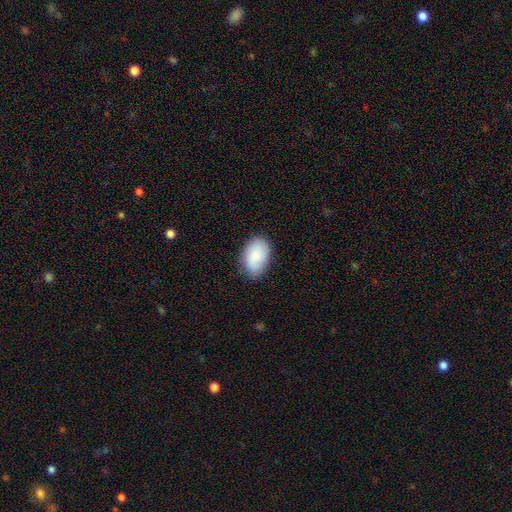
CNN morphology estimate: Overall: smooth (78%). How rounded: in between (90%). Merging: none (78%).